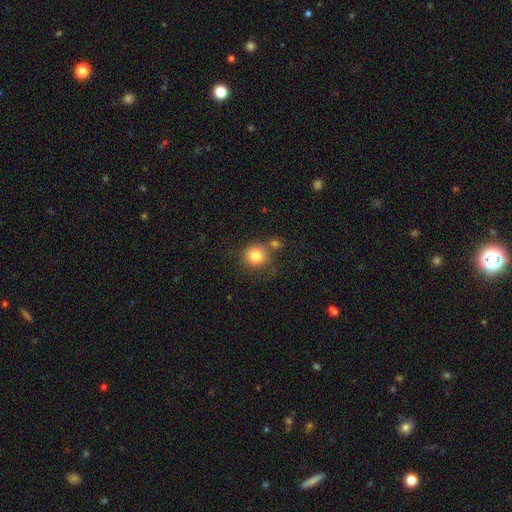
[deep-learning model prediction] smooth_or_featured: smooth (p=0.82) [alt: star or artifact p=0.10]
how_rounded: round (p=0.88) [alt: in between p=0.11]
merging: none (p=0.66) [alt: merger p=0.18]